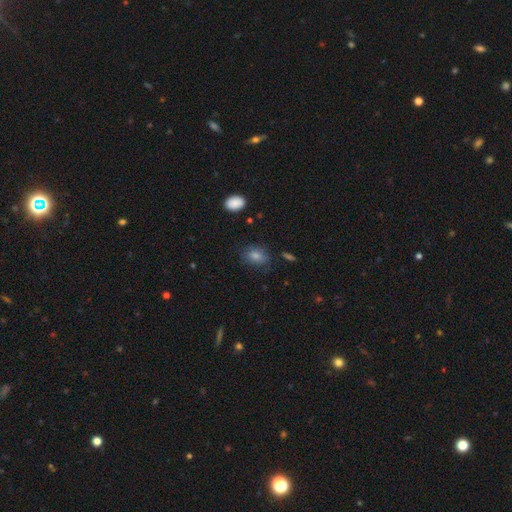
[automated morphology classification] type=smooth (75%); roundness=in between (72%); merging=none (77%).